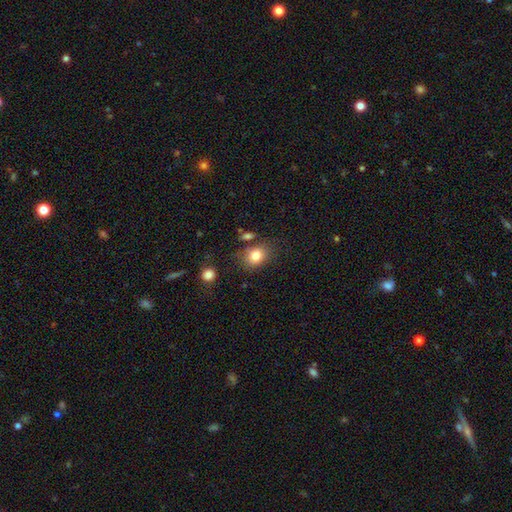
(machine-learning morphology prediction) A smooth galaxy with no disk features (82%) that is in between round and cigar-shaped (52%). Merging: none (71%).